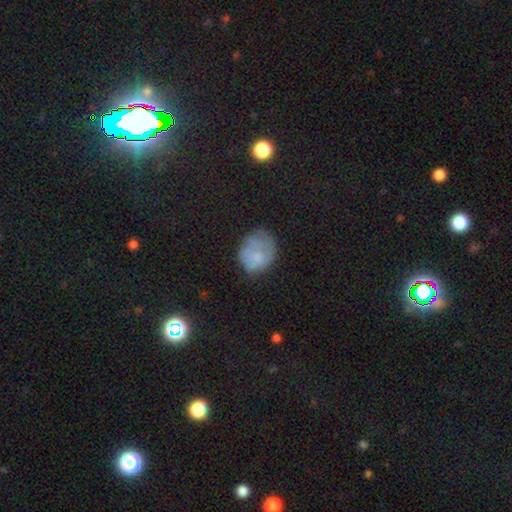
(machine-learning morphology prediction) Overall: smooth (71%). How rounded: round (57%; in between 42%). Merging: none (46%; minor disturbance 33%).